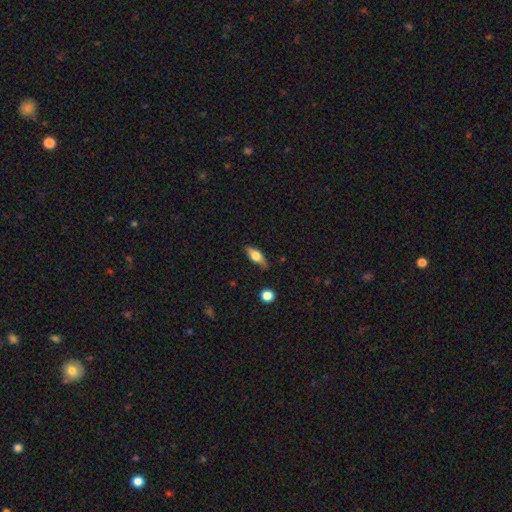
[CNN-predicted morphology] smooth 52%, featured or disk 41%, star or artifact 7%. Down the decision tree: how rounded — in between (65%); merging — none (79%).